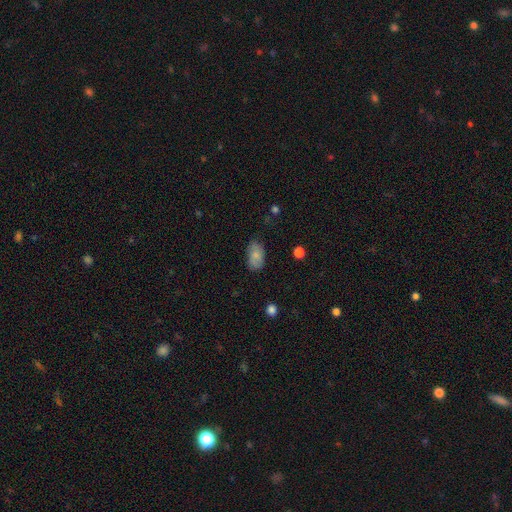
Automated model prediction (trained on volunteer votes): smooth 81%, featured or disk 12%, star or artifact 7%. Down the decision tree: how rounded — in between (92%); merging — none (76%).